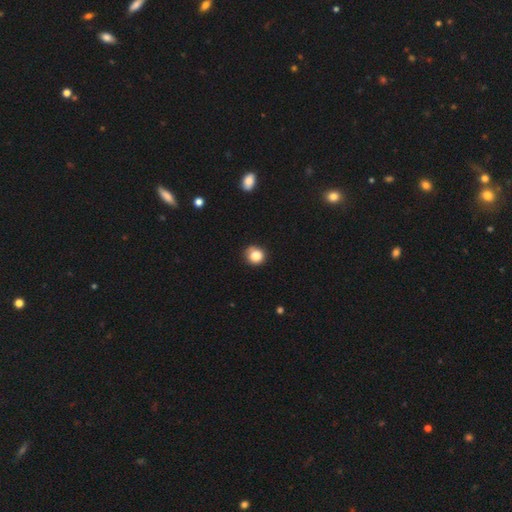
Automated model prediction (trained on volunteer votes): This is clearly a smooth galaxy (84%). How rounded: clearly round (87%). Merging: likely none (77%).